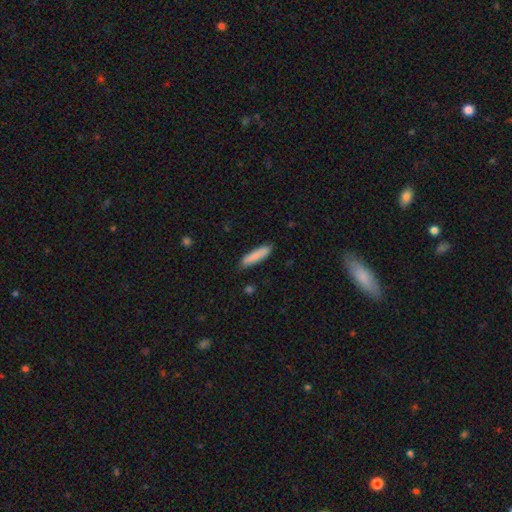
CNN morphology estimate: Smooth or featured: smooth — 85% (featured or disk — 9%)
How rounded: cigar-shaped — 78% (in between — 21%)
Merging: none — 87% (minor disturbance — 9%)